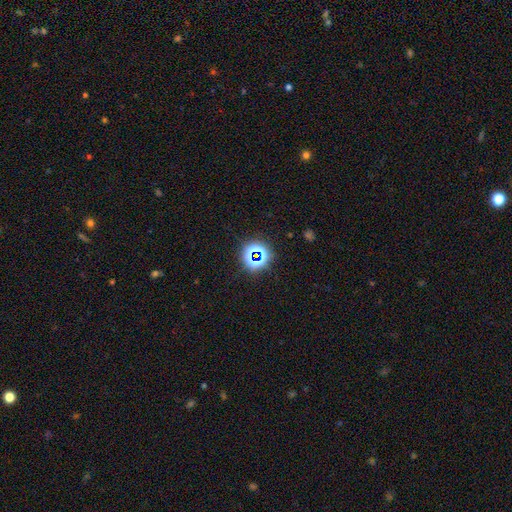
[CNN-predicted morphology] A star or artifact, not a galaxy (70%).

Vote fractions:
- Smooth or featured? star or artifact: 70% / smooth: 21% / featured or disk: 9%